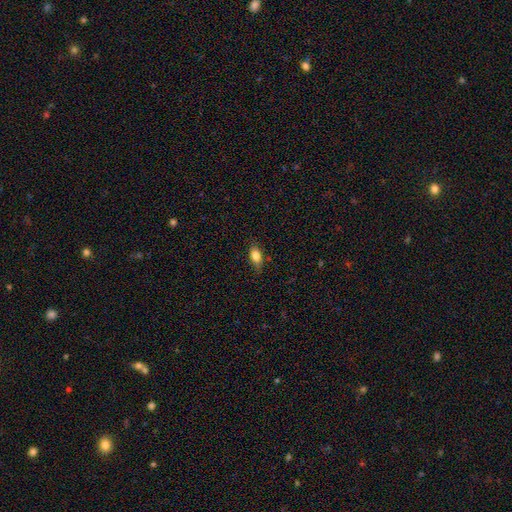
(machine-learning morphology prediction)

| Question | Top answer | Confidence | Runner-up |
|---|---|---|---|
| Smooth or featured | smooth | 82% | featured or disk (10%) |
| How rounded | in between | 82% | cigar-shaped (9%) |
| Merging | none | 73% | minor disturbance (21%) |